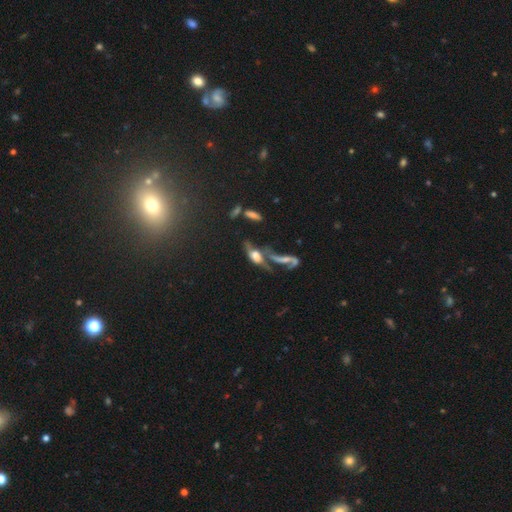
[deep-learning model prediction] Overall: featured or disk (50%; smooth 35%). Merging: merger (44%; none 24%).